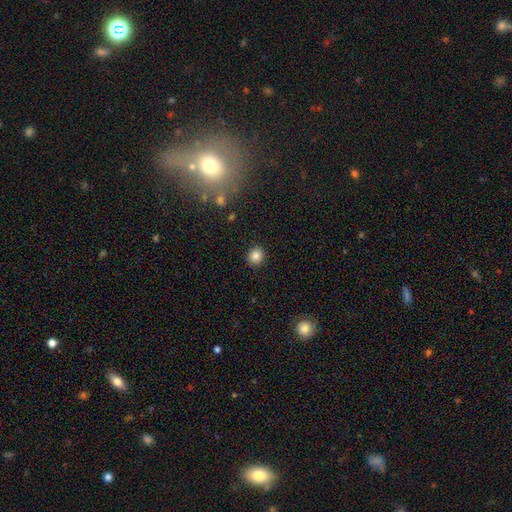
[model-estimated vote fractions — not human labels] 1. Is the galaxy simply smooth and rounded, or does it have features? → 85% smooth, 10% star or artifact, 5% featured or disk.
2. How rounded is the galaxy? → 85% round, 14% in between, 1% cigar-shaped.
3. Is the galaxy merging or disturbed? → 91% none, 6% minor disturbance, 2% major disturbance, 1% merger.